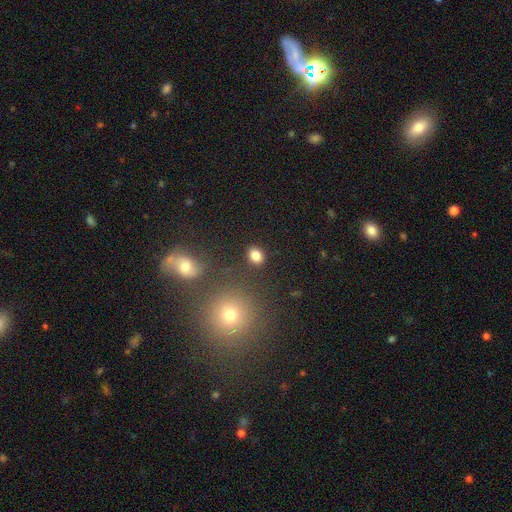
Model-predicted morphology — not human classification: Q: Smooth or featured?
A: smooth (82%); runner-up: star or artifact (12%)
Q: How rounded?
A: in between (52%); runner-up: round (47%)
Q: Merging?
A: none (85%); runner-up: minor disturbance (9%)